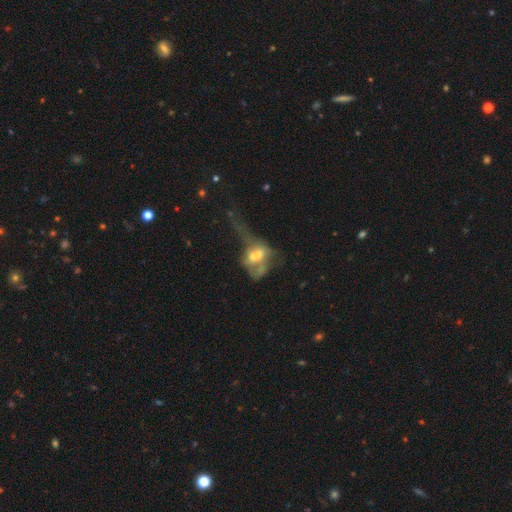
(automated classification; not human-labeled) This appears to be a featured or disk galaxy (46%). Merging: major disturbance (54%).